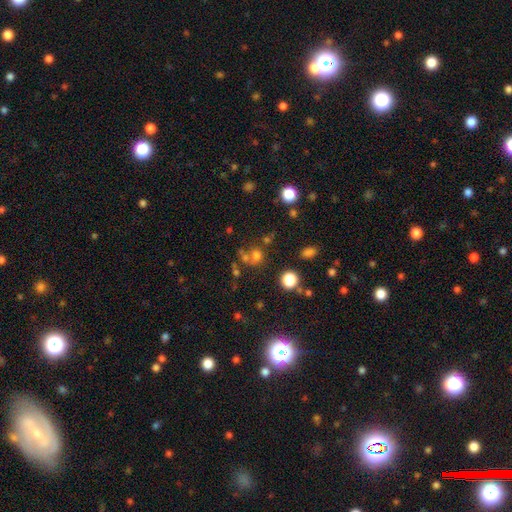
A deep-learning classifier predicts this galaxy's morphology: This is likely a smooth galaxy (62%). How rounded: clearly round (80%). Merging: possibly none (52%).